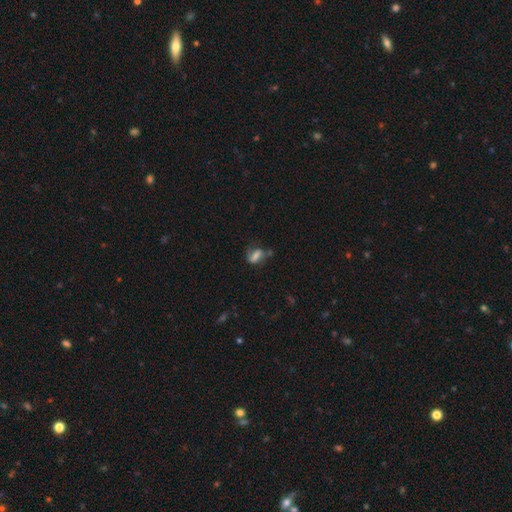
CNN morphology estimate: type=smooth (50%); merging=none (49%).